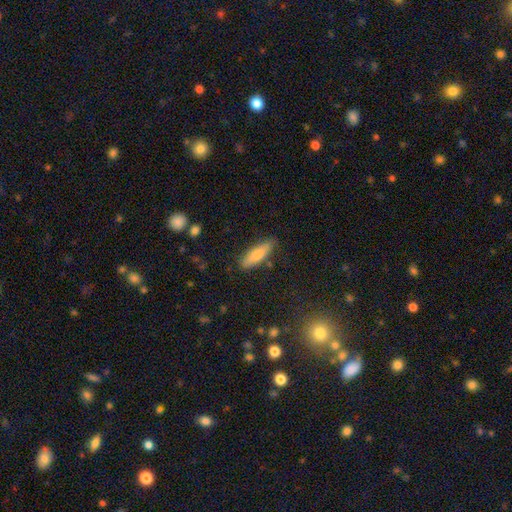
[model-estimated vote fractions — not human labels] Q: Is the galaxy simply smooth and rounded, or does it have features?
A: smooth — 73%.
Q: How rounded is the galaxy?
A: cigar-shaped — 61%.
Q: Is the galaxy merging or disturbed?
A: none — 83%.